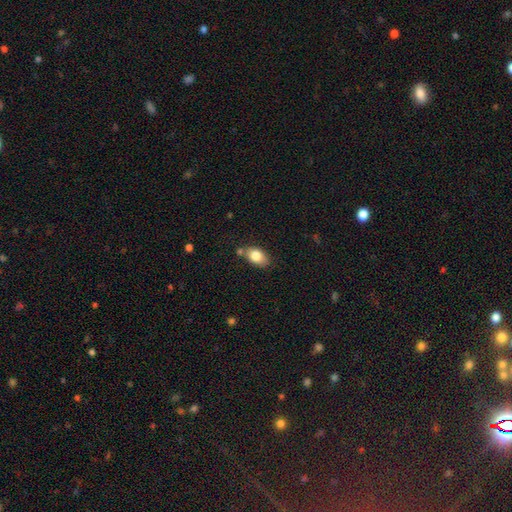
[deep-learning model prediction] Q: Smooth or featured?
A: smooth (81%); runner-up: featured or disk (11%)
Q: How rounded?
A: in between (87%); runner-up: round (11%)
Q: Merging?
A: none (68%); runner-up: minor disturbance (18%)